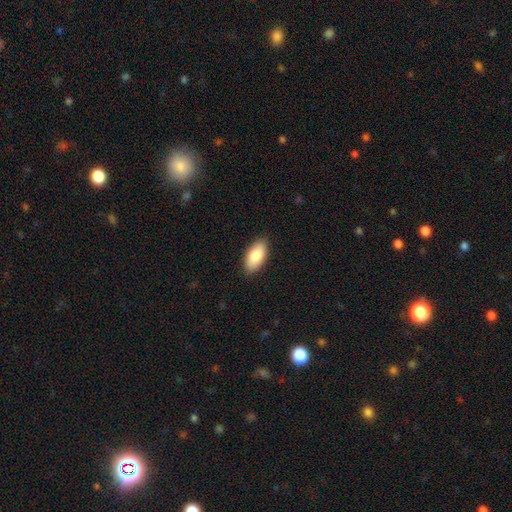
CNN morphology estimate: This appears to be a smooth galaxy with no disk features (86%) that is in between round and cigar-shaped (92%). Merging: none (87%).